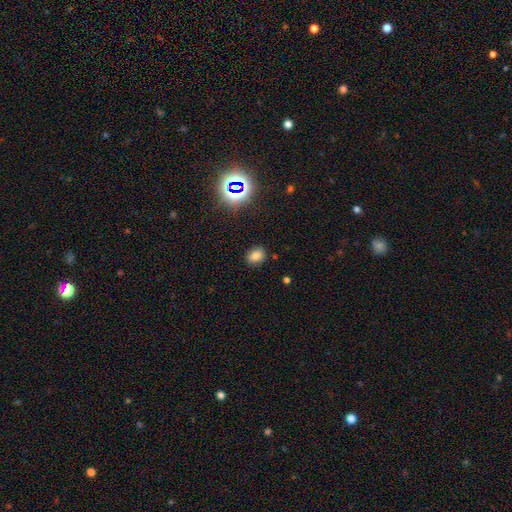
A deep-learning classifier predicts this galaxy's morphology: Smooth or featured? Predicted: smooth (p=0.76). How rounded? Predicted: in between (p=0.52). Merging? Predicted: none (p=0.87).